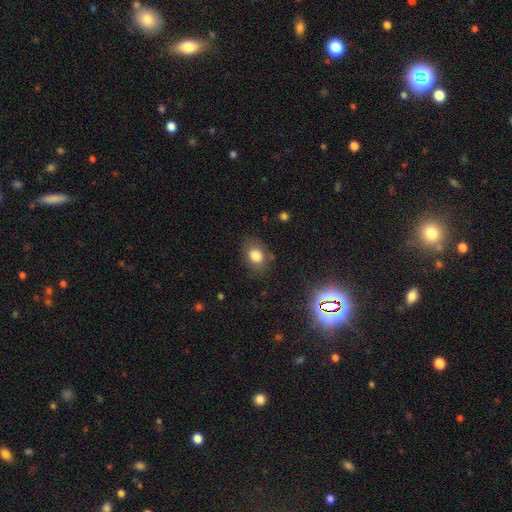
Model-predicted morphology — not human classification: Smooth or featured: smooth — 80% (star or artifact — 11%)
How rounded: in between — 57% (round — 42%)
Merging: none — 76% (minor disturbance — 17%)